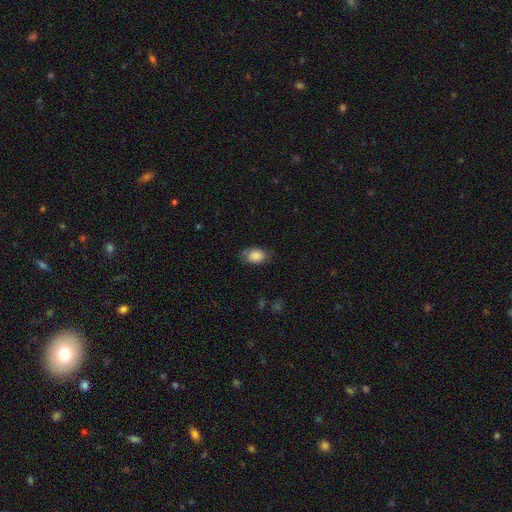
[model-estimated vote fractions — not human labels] This appears to be a smooth galaxy with no disk features (84%) that is in between round and cigar-shaped (85%). Merging: none (71%).